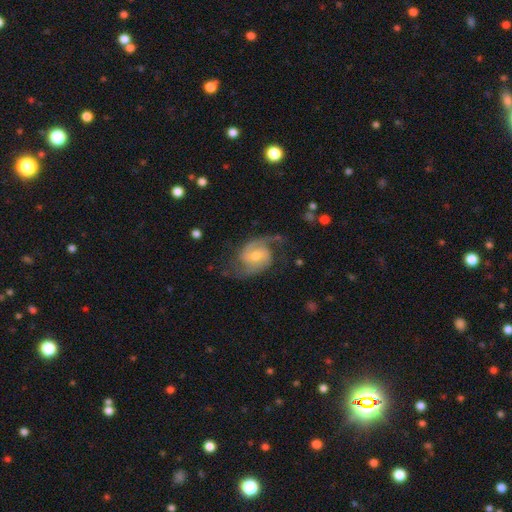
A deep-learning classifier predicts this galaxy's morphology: Smooth or featured: featured or disk — 84% (smooth — 11%)
Edge-on disk: no — 97% (yes — 3%)
Bar: weak — 45% (no — 44%)
Spiral arms: yes — 96% (no — 4%)
Spiral winding: medium — 48% (loose — 35%)
Spiral arm count: 2 — 88% (can't tell — 4%)
Bulge size: moderate — 61% (small — 32%)
Merging: none — 65% (minor disturbance — 19%)